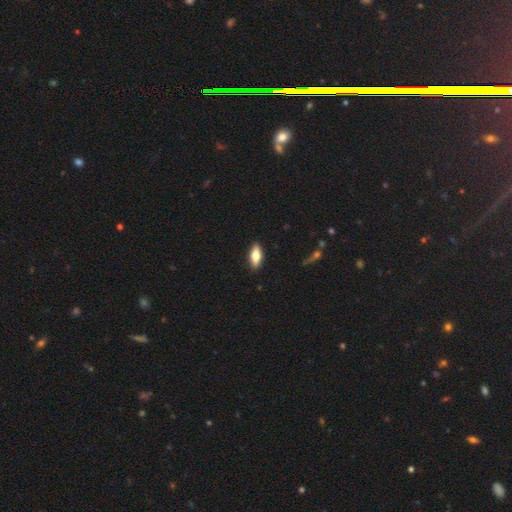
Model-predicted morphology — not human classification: Smooth or featured: smooth — 70% (featured or disk — 24%)
How rounded: in between — 74% (cigar-shaped — 23%)
Merging: none — 89% (minor disturbance — 8%)